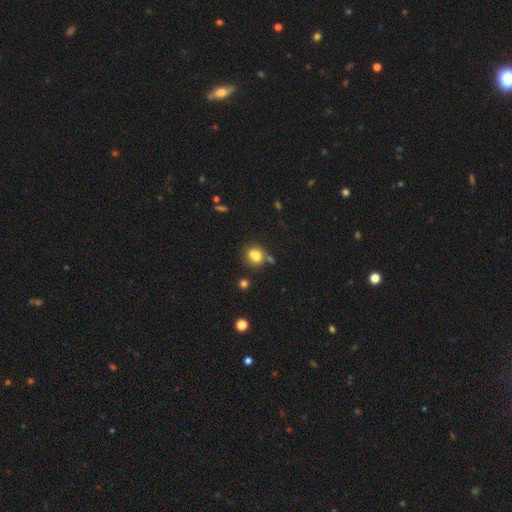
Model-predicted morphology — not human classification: Overall: smooth (74%). How rounded: round (72%). Merging: none (48%; merger 30%).